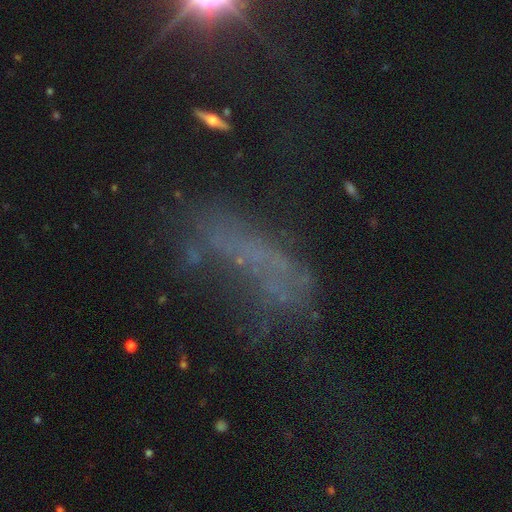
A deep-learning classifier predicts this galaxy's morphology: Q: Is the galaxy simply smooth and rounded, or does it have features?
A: star or artifact — 39%.